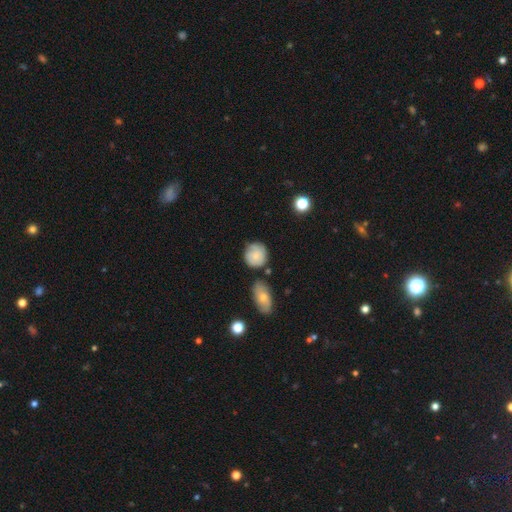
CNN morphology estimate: Smooth or featured?
  - smooth: 71% *
  - featured or disk: 22%
  - star or artifact: 8%
How rounded?
  - round: 81% *
  - in between: 18%
  - cigar-shaped: 1%
Merging?
  - none: 63% *
  - minor disturbance: 24%
  - merger: 7%
  - major disturbance: 6%